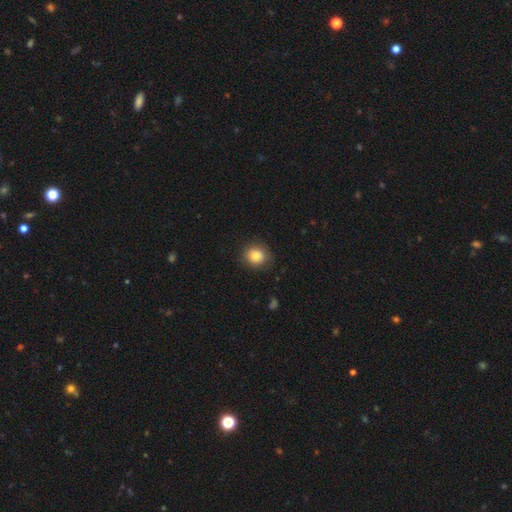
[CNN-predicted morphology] type=smooth (83%); roundness=round (87%); merging=none (84%).